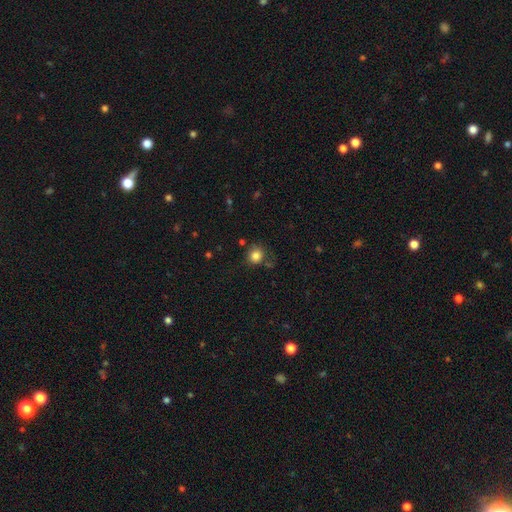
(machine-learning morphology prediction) A smooth galaxy with no disk features (84%) that is round (86%).

Vote fractions:
- Smooth or featured? smooth: 84% / star or artifact: 11% / featured or disk: 5%
- How rounded? round: 86% / in between: 13% / cigar-shaped: 1%
- Merging? none: 74% / minor disturbance: 16% / major disturbance: 5% / merger: 5%